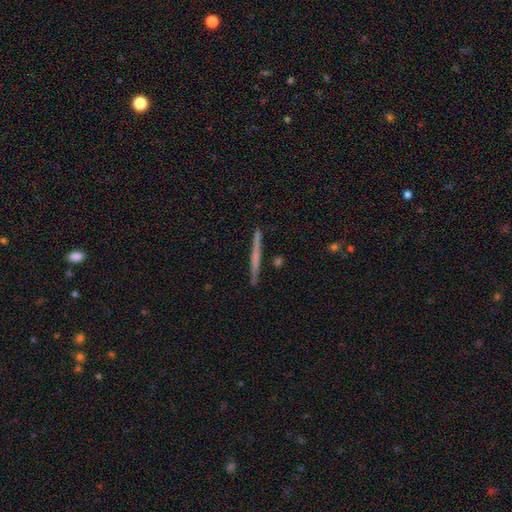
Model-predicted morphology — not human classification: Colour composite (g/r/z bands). It shows a featured or disk galaxy (50%). Merging: none (91%).